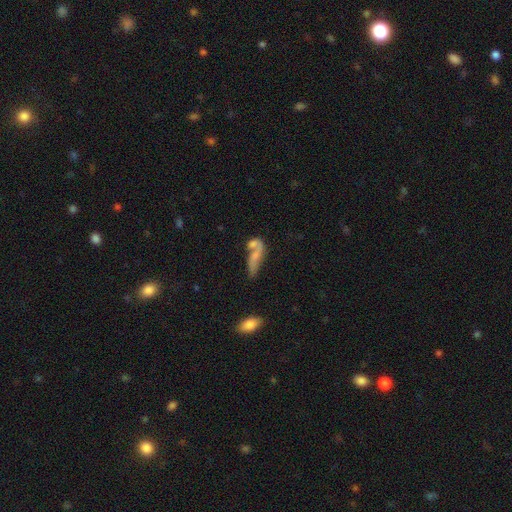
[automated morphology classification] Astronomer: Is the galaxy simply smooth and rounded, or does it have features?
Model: smooth — 54% (runner-up: featured or disk, 36%).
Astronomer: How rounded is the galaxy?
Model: in between — 49% (runner-up: cigar-shaped, 47%).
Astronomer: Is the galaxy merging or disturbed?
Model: merger — 40% (runner-up: none, 29%).